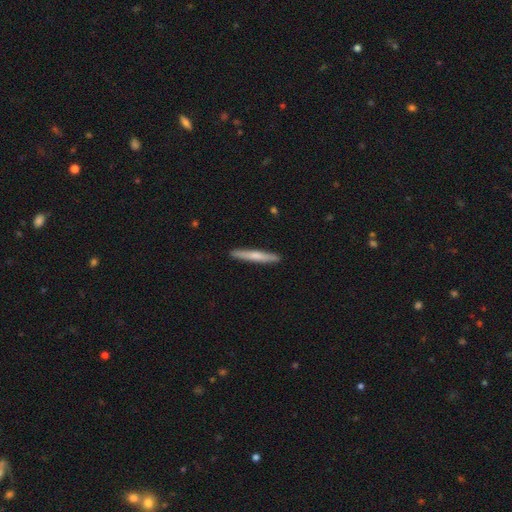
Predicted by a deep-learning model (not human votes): This appears to be a smooth galaxy with no disk features (58%) that is cigar-shaped (96%). Merging: none (92%).